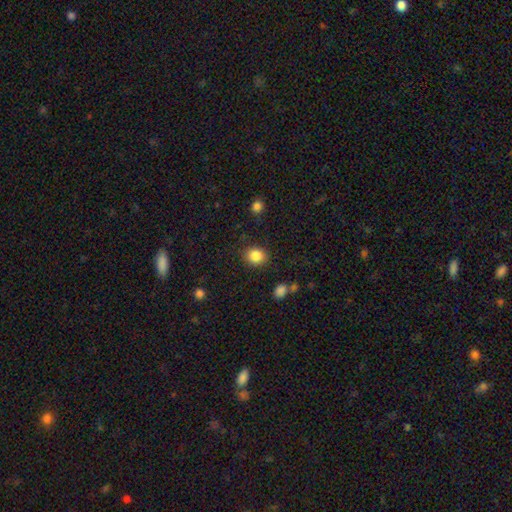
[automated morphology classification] A smooth galaxy with no disk features (86%) that is round (69%). Merging: none (86%).